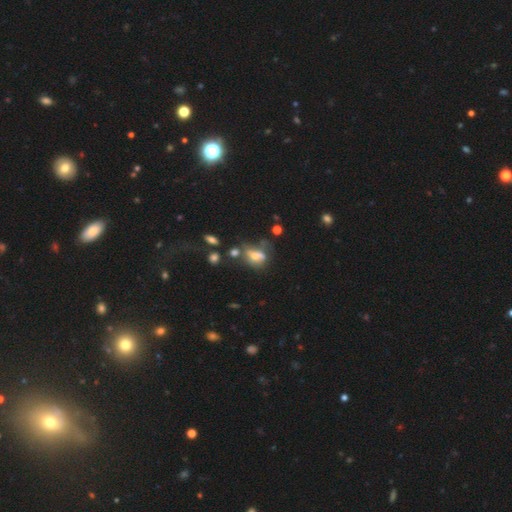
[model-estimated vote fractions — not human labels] Smooth or featured? Predicted: smooth (p=0.55). How rounded? Predicted: in between (p=0.70). Merging? Predicted: merger (p=0.27, tied with none).